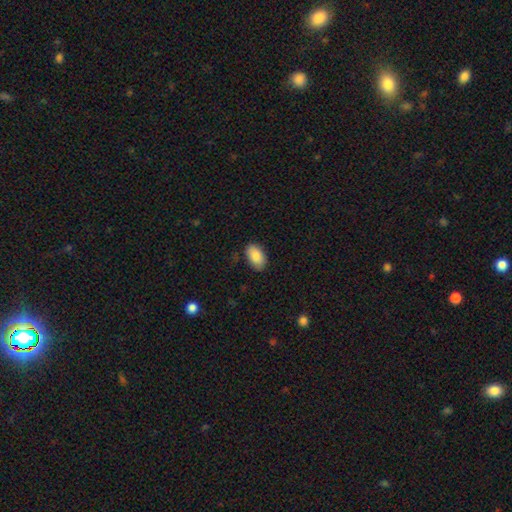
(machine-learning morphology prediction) type=smooth (87%); roundness=in between (93%); merging=none (83%).